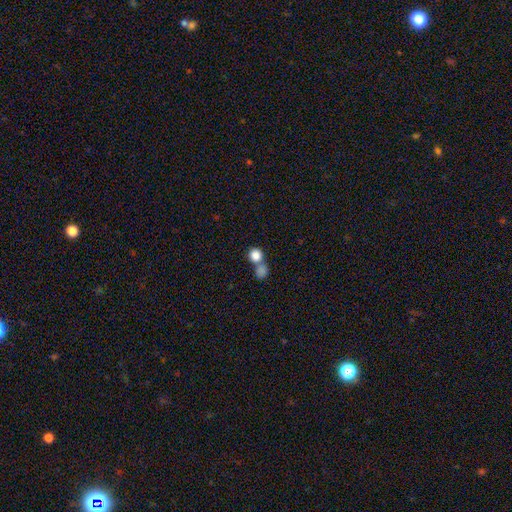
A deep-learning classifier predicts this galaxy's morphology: Smooth or featured? Predicted: smooth (p=0.84). How rounded? Predicted: round (p=0.86). Merging? Predicted: none (p=0.46).